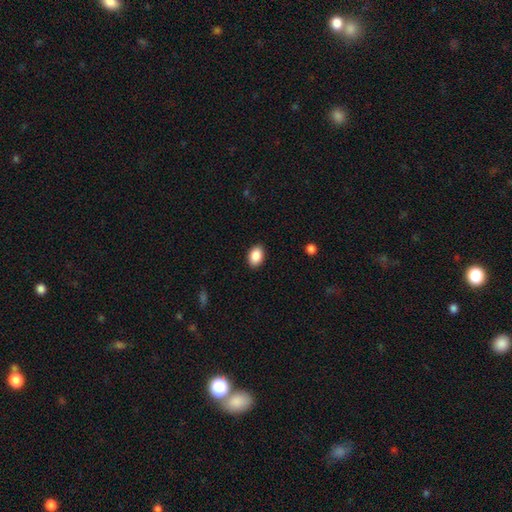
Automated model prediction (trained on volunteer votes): Q: Smooth or featured?
A: smooth (89%); runner-up: star or artifact (8%)
Q: How rounded?
A: in between (86%); runner-up: round (13%)
Q: Merging?
A: none (89%); runner-up: minor disturbance (8%)